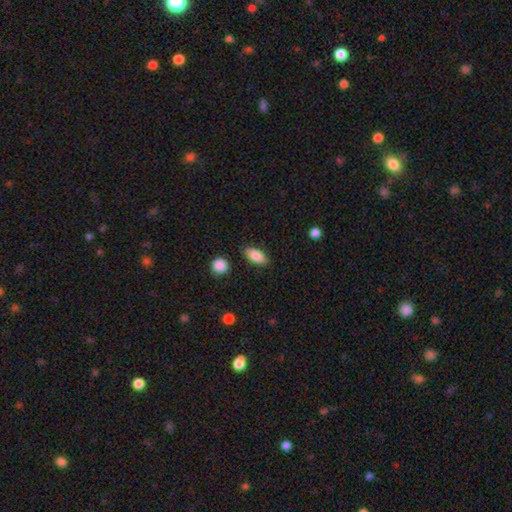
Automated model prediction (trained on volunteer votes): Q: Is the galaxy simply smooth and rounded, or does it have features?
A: smooth — 84%.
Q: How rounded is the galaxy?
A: in between — 88%.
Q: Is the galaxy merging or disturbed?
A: none — 85%.